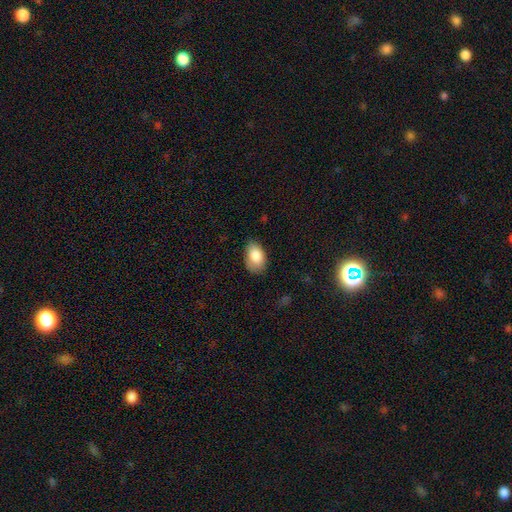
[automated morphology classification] Smooth or featured?
  - smooth: 85% *
  - featured or disk: 8%
  - star or artifact: 7%
How rounded?
  - in between: 91% *
  - round: 7%
  - cigar-shaped: 1%
Merging?
  - none: 73% *
  - minor disturbance: 21%
  - major disturbance: 4%
  - merger: 1%